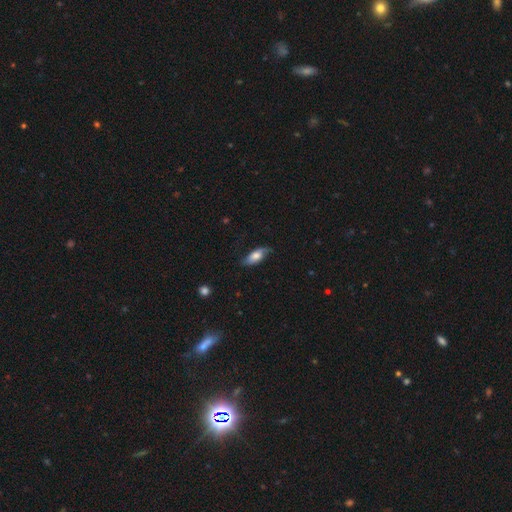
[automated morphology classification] The model was most divided on "smooth or featured": smooth: 58%, featured or disk: 35%, star or artifact: 7%. More confident: how rounded — in between (79%); merging — none (65%).